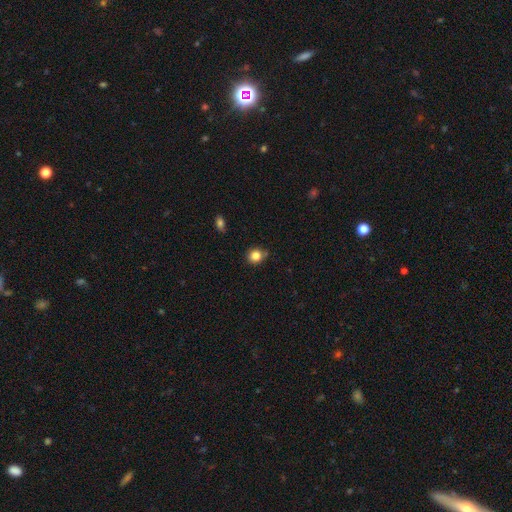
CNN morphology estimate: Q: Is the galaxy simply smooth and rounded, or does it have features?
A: smooth — 83%.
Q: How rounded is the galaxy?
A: round — 81%.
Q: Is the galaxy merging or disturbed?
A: none — 75%.